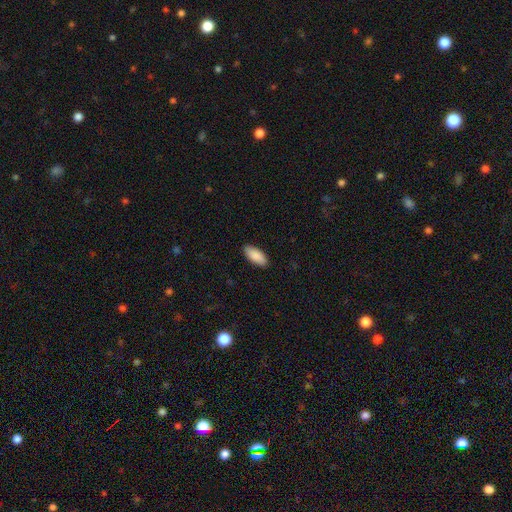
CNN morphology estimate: smooth 90%, star or artifact 6%, featured or disk 4%. Down the decision tree: how rounded — in between (88%); merging — none (89%).